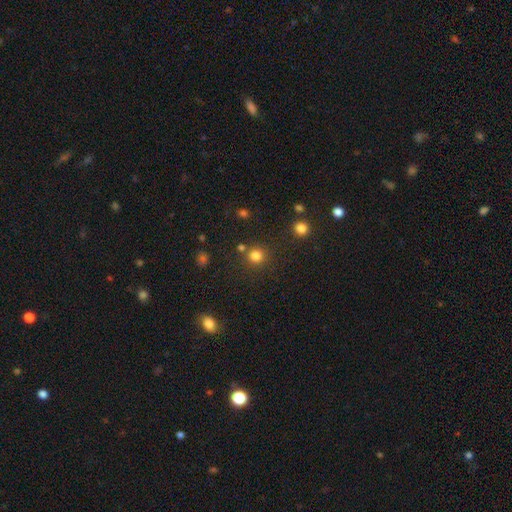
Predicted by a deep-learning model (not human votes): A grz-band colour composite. It shows a smooth galaxy with no disk features (80%) that is round (91%). Merging: none (80%).